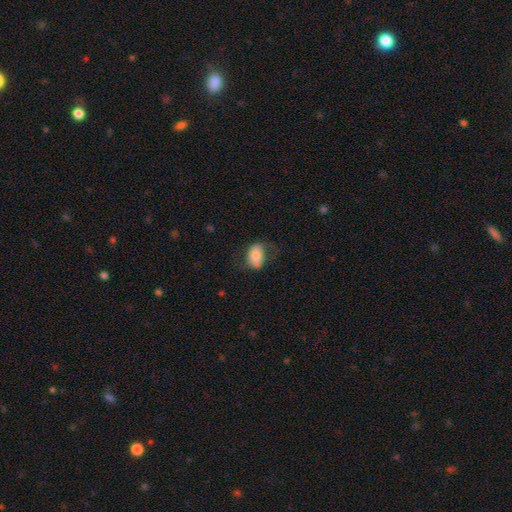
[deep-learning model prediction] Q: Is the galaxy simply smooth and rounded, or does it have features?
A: smooth — 76%.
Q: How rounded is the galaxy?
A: in between — 88%.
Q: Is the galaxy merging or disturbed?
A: none — 55%.